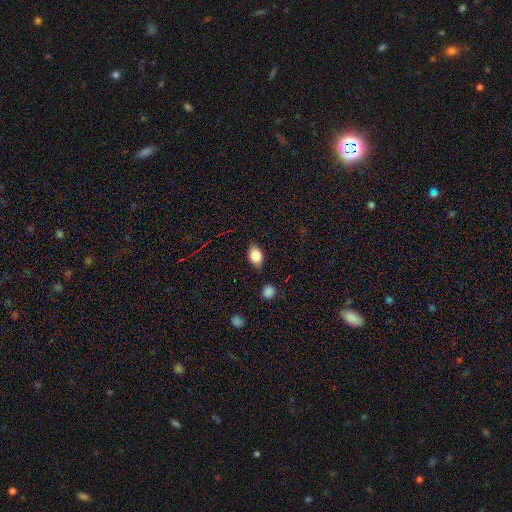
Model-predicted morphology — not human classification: A smooth galaxy with no disk features (84%) that is in between round and cigar-shaped (74%). Merging: none (75%).